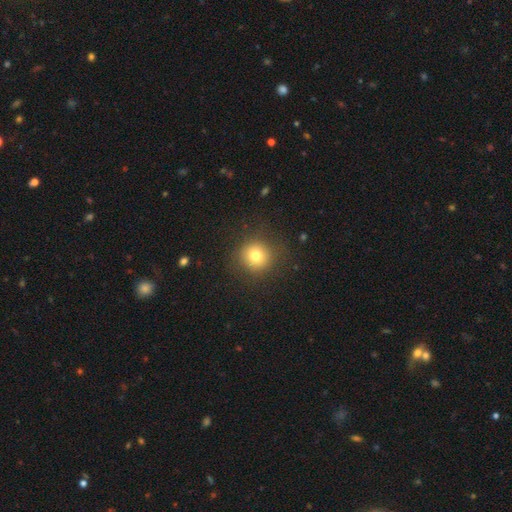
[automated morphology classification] smooth_or_featured: smooth (p=0.77) [alt: star or artifact p=0.13]
how_rounded: round (p=0.92) [alt: in between p=0.07]
merging: none (p=0.87) [alt: minor disturbance p=0.08]